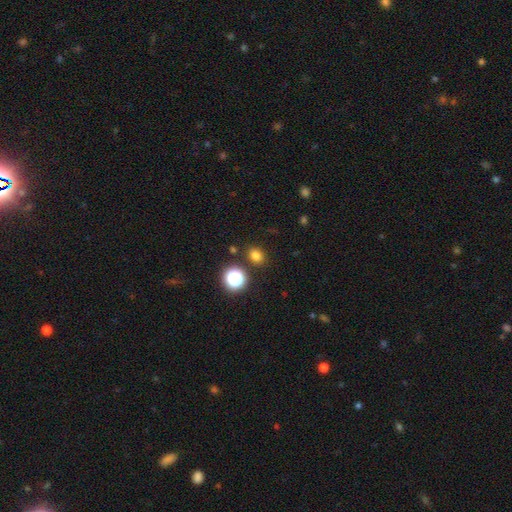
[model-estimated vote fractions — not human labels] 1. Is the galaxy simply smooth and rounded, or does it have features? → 77% smooth, 18% star or artifact, 5% featured or disk.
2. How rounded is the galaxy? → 55% round, 44% in between, 1% cigar-shaped.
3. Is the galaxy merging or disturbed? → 85% none, 8% minor disturbance, 4% merger, 3% major disturbance.